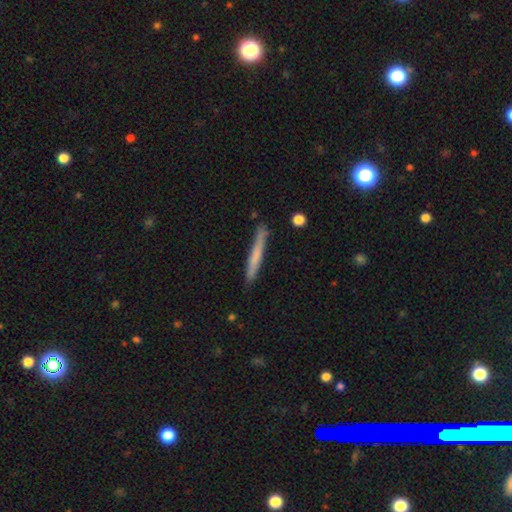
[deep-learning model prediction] Q: Smooth or featured?
A: smooth (62%); runner-up: featured or disk (32%)
Q: How rounded?
A: cigar-shaped (96%); runner-up: in between (2%)
Q: Merging?
A: none (85%); runner-up: minor disturbance (11%)